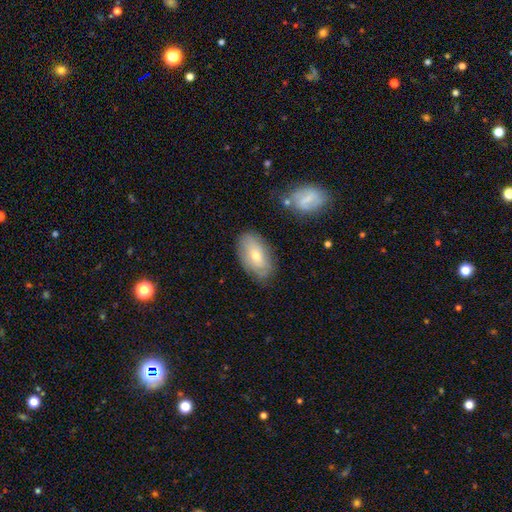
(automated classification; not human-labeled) smooth 56%, featured or disk 36%, star or artifact 8%. Down the decision tree: how rounded — in between (92%); merging — none (75%).